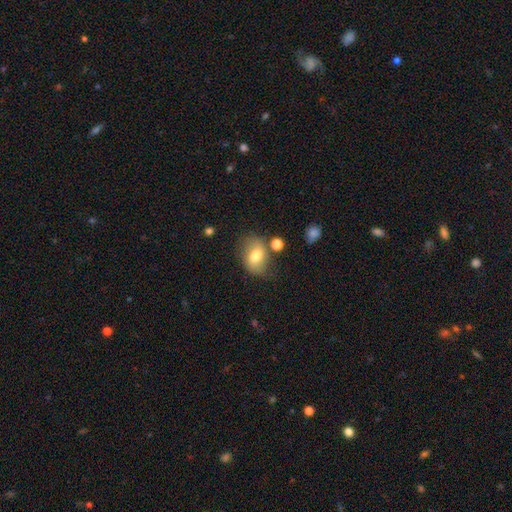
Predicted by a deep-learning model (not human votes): A smooth galaxy with no disk features (69%) that is in between round and cigar-shaped (76%).

Vote fractions:
- Smooth or featured? smooth: 69% / featured or disk: 22% / star or artifact: 9%
- How rounded? in between: 76% / round: 23% / cigar-shaped: 2%
- Merging? none: 65% / minor disturbance: 21% / major disturbance: 7% / merger: 7%